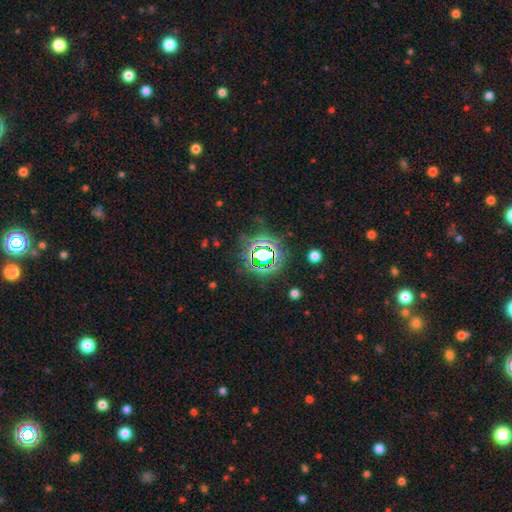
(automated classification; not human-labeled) Smooth or featured? Predicted: star or artifact (p=0.78).